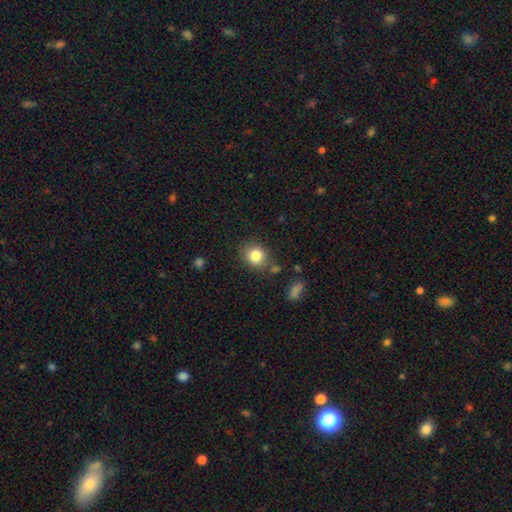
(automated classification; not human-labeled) smooth 84%, star or artifact 10%, featured or disk 6%. Down the decision tree: how rounded — round (75%); merging — none (79%).